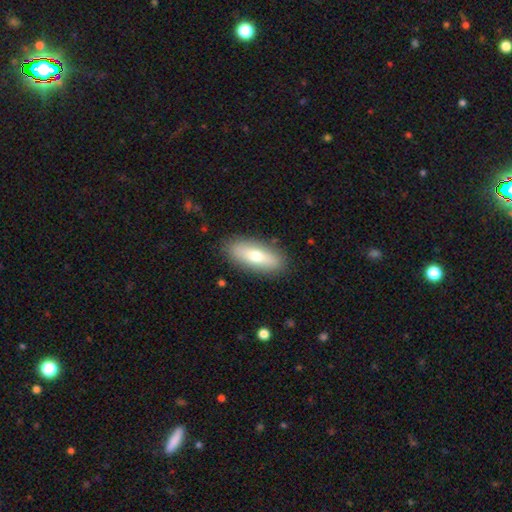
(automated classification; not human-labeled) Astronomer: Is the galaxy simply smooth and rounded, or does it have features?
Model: smooth — 67%.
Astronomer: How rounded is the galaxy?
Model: in between — 71%.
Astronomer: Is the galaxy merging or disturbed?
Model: none — 87%.